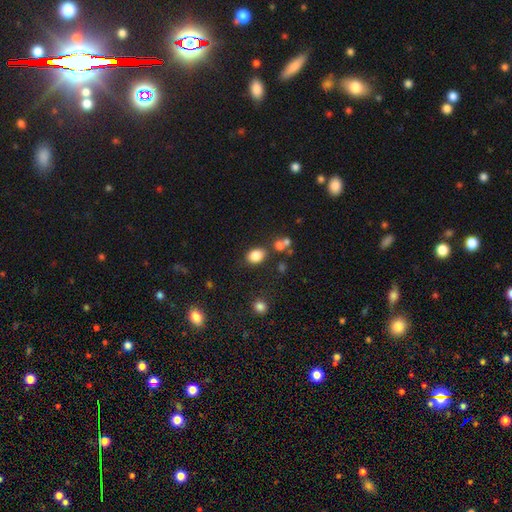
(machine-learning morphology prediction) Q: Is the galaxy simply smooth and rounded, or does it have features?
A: smooth — 84%.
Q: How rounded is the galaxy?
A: in between — 67%.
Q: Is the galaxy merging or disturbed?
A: none — 77%.